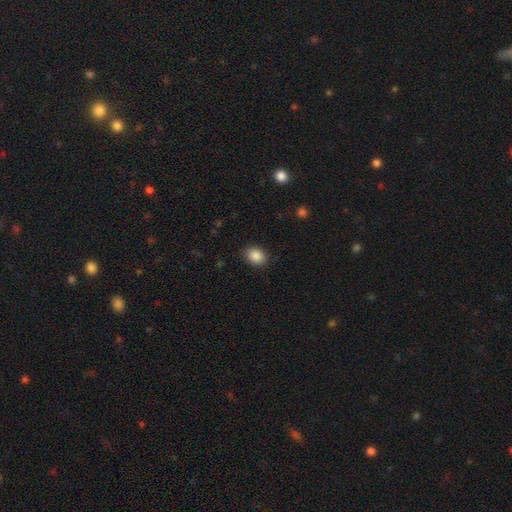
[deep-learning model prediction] This is clearly a smooth galaxy (88%). How rounded: possibly in between (57%). Merging: clearly none (86%).